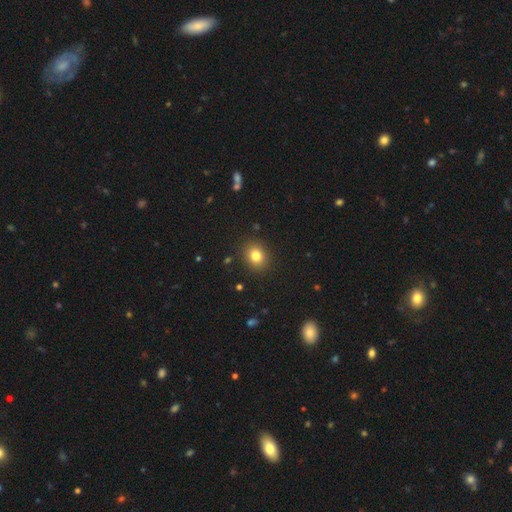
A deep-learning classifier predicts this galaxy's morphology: Smooth or featured: smooth — 81% (star or artifact — 12%)
How rounded: round — 64% (in between — 36%)
Merging: none — 89% (minor disturbance — 8%)